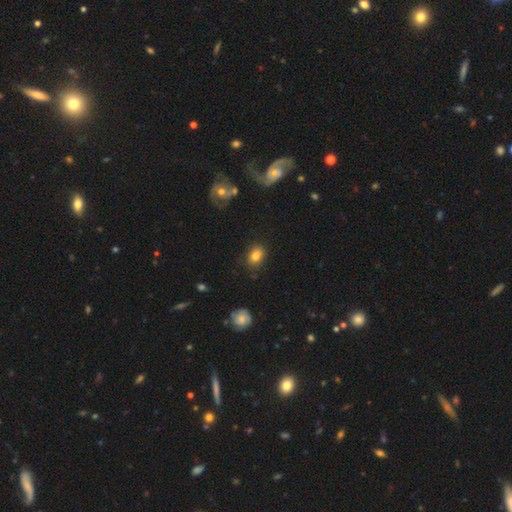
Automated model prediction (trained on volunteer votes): The model was most divided on "how rounded": in between: 61%, round: 37%, cigar-shaped: 1%. More confident: merging — none (81%); smooth or featured — smooth (80%).